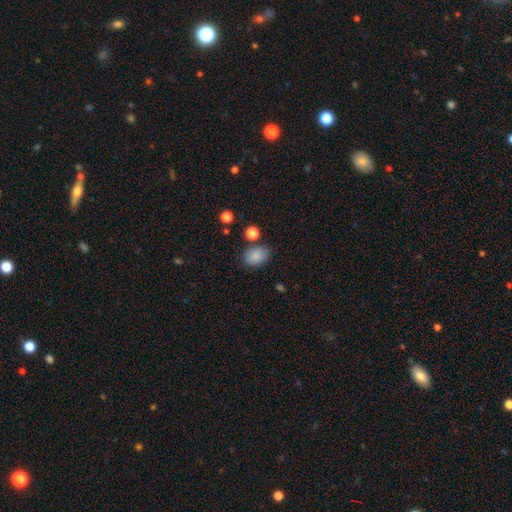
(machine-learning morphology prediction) Smooth or featured?
  - smooth: 86% *
  - star or artifact: 9%
  - featured or disk: 6%
How rounded?
  - in between: 75% *
  - round: 24%
  - cigar-shaped: 1%
Merging?
  - none: 74% *
  - minor disturbance: 16%
  - merger: 6%
  - major disturbance: 4%